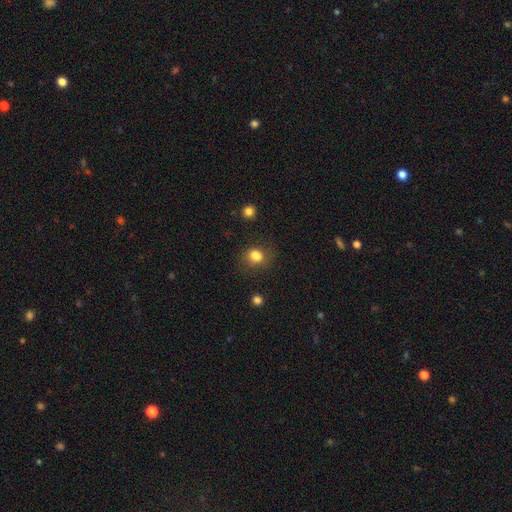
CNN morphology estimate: smooth-or-featured: smooth: 82% | star or artifact: 12% | featured or disk: 7%
  how-rounded: round: 55% | in between: 44% | cigar-shaped: 1%
  merging: none: 70% | minor disturbance: 19% | major disturbance: 8% | merger: 3%